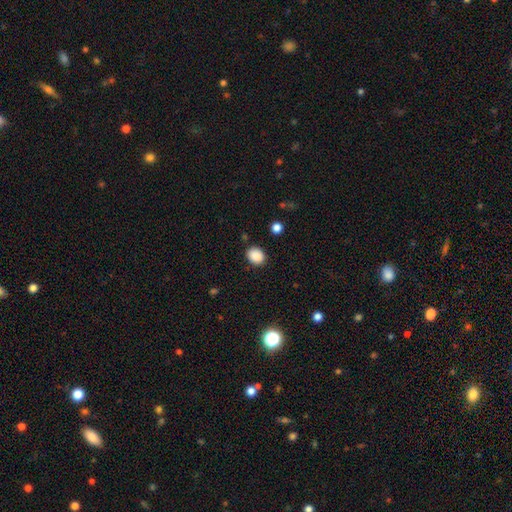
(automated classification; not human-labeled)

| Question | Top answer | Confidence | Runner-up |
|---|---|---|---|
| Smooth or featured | smooth | 88% | star or artifact (9%) |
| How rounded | round | 52% | in between (47%) |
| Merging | none | 86% | minor disturbance (9%) |